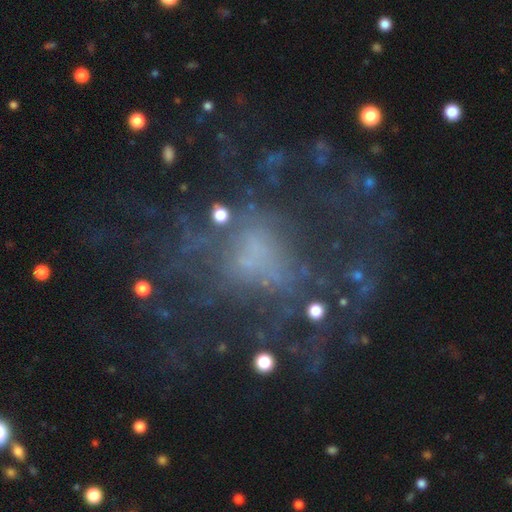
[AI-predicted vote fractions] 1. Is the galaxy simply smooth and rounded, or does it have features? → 57% featured or disk, 25% star or artifact, 19% smooth.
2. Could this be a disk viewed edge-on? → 96% no, 4% yes.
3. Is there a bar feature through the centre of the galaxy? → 75% no, 19% weak, 6% strong.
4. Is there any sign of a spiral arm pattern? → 65% no, 35% yes.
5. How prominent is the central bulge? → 40% none, 33% small, 18% moderate, 6% large, 2% dominant.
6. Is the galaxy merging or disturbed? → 47% none, 33% major disturbance, 15% minor disturbance, 4% merger.